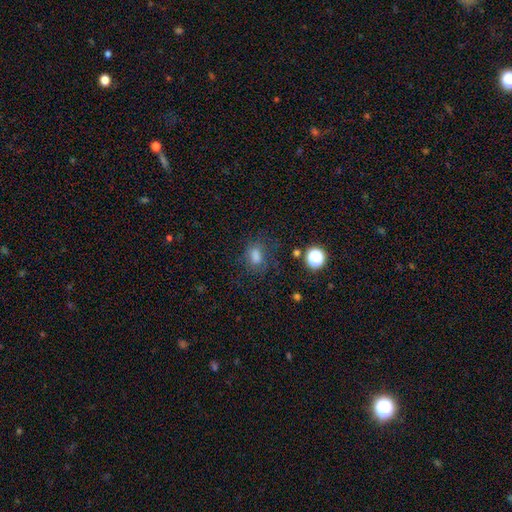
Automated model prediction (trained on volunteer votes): Smooth or featured?
  - smooth: 64% *
  - star or artifact: 23%
  - featured or disk: 14%
How rounded?
  - in between: 64% *
  - round: 33%
  - cigar-shaped: 3%
Merging?
  - none: 64% *
  - minor disturbance: 20%
  - major disturbance: 12%
  - merger: 4%